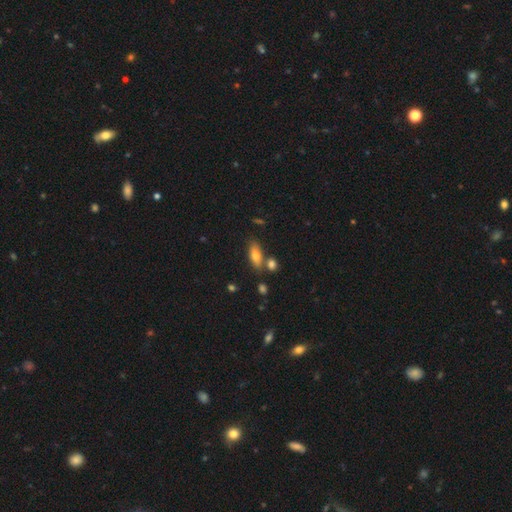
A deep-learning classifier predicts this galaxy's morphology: Smooth or featured? smooth (74%)
How rounded? in between (72%)
Merging? none (68%)